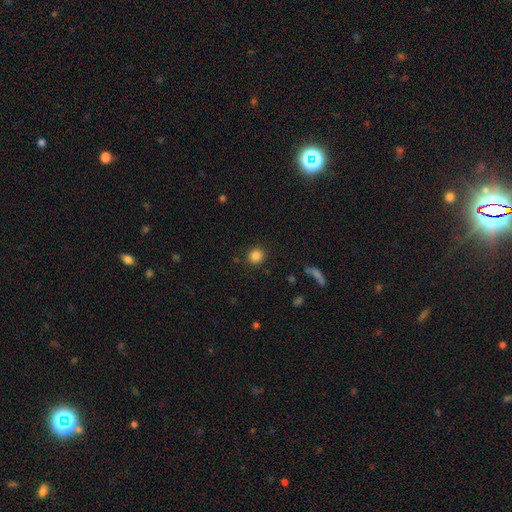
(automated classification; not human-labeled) This appears to be a smooth galaxy with no disk features (85%) that is round (90%). Merging: none (89%).